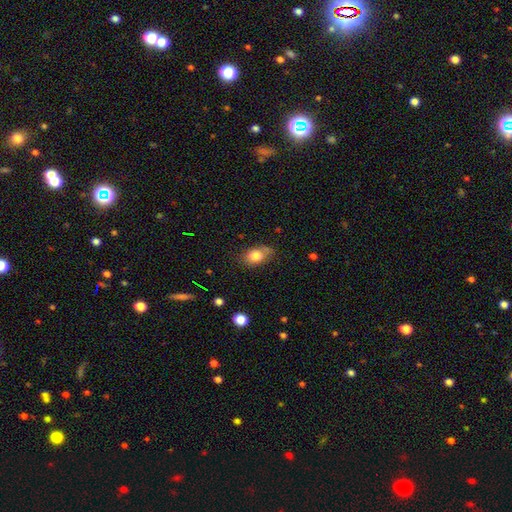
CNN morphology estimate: Smooth or featured?
  - smooth: 80% *
  - featured or disk: 11%
  - star or artifact: 9%
How rounded?
  - in between: 74% *
  - round: 24%
  - cigar-shaped: 2%
Merging?
  - none: 64% *
  - minor disturbance: 27%
  - major disturbance: 6%
  - merger: 3%